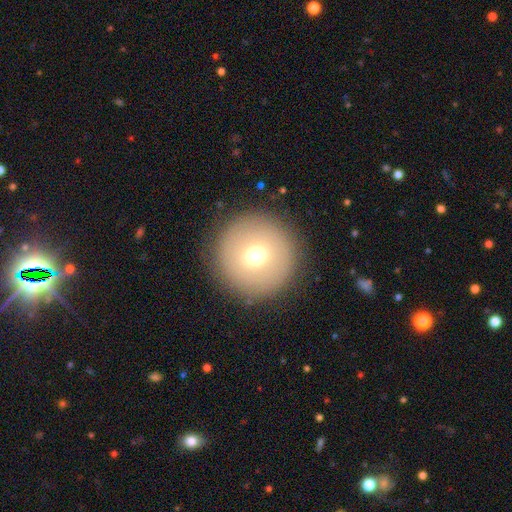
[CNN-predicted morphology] smooth 68%, featured or disk 19%, star or artifact 13%. Down the decision tree: how rounded — round (97%); merging — none (90%).